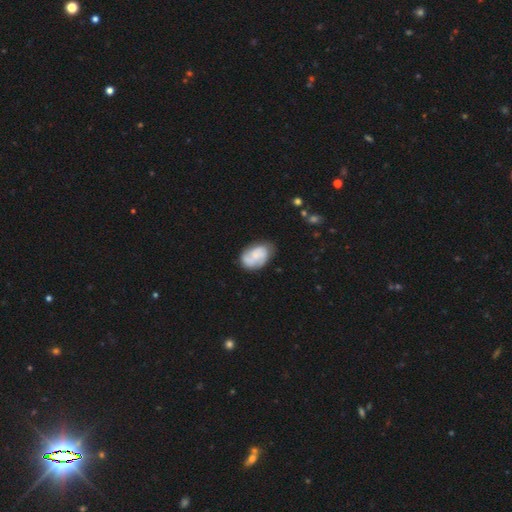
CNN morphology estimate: Overall: featured or disk (52%; smooth 42%). Edge-on disk: no (97%). Bar: no (69%). Spiral arms: yes (84%). Bulge size: small (45%; none 30%). Merging: none (61%; minor disturbance 26%).